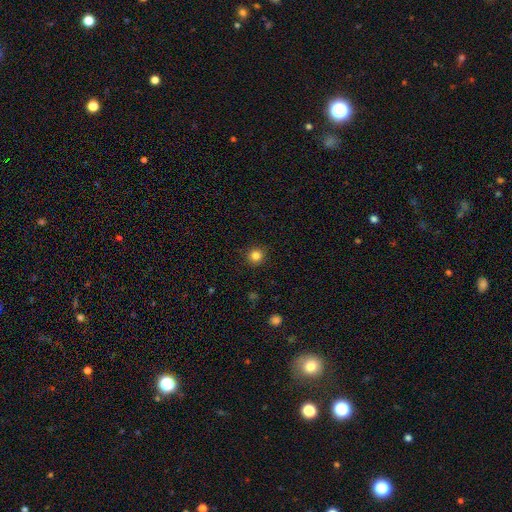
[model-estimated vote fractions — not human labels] smooth-or-featured: smooth: 84% | star or artifact: 12% | featured or disk: 4%
  how-rounded: round: 92% | in between: 7% | cigar-shaped: 1%
  merging: none: 90% | minor disturbance: 7% | major disturbance: 2% | merger: 1%